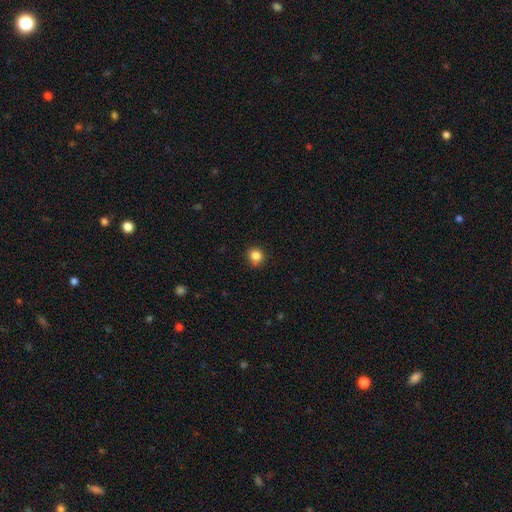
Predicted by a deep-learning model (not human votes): Q: Smooth or featured?
A: smooth (85%); runner-up: star or artifact (11%)
Q: How rounded?
A: round (85%); runner-up: in between (14%)
Q: Merging?
A: none (86%); runner-up: minor disturbance (11%)